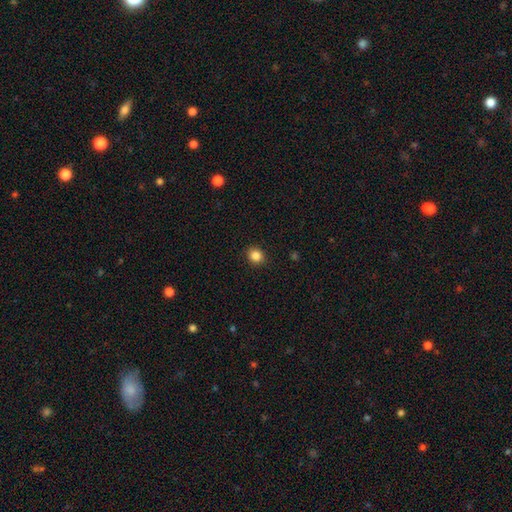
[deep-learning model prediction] smooth 86%, star or artifact 11%, featured or disk 3%. Down the decision tree: how rounded — round (72%); merging — none (91%).